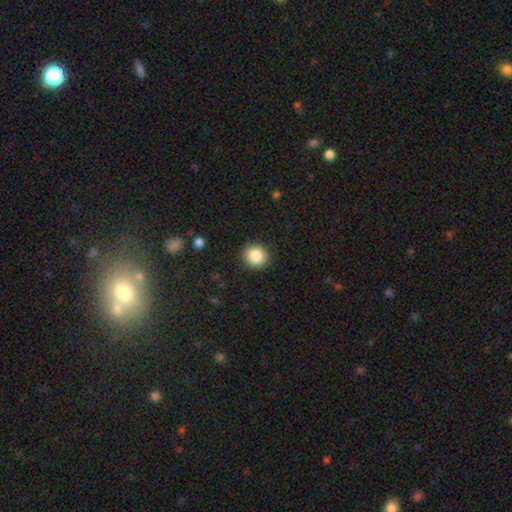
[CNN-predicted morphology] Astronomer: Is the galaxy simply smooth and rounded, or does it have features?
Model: smooth — 86%.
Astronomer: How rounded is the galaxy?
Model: round — 90%.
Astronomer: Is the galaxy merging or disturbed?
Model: none — 90%.